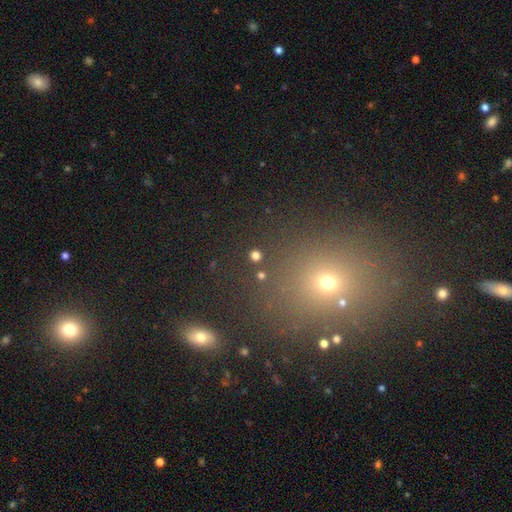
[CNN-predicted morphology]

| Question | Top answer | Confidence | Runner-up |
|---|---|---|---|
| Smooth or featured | smooth | 75% | star or artifact (20%) |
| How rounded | round | 92% | in between (7%) |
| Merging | none | 89% | minor disturbance (5%) |